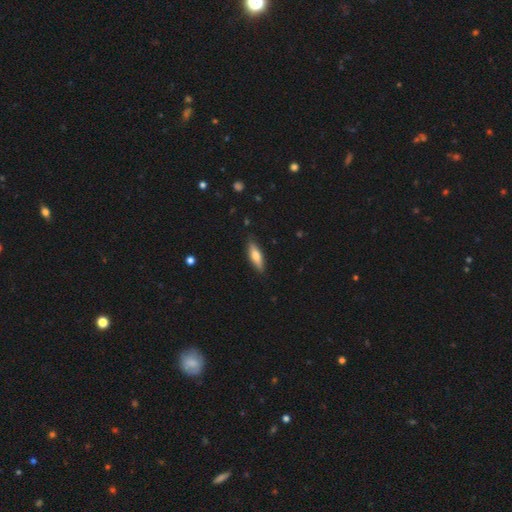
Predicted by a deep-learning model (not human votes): The model was most divided on "how rounded": cigar-shaped: 56%, in between: 42%, round: 2%. More confident: merging — none (86%); smooth or featured — smooth (65%).